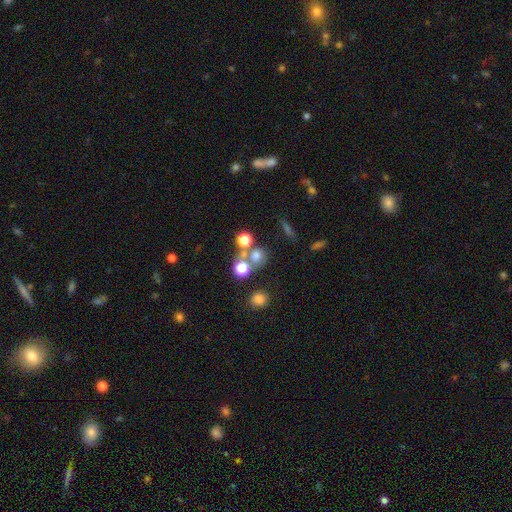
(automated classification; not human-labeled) Smooth or featured? smooth (64%)
How rounded? round (84%)
Merging? none (54%)